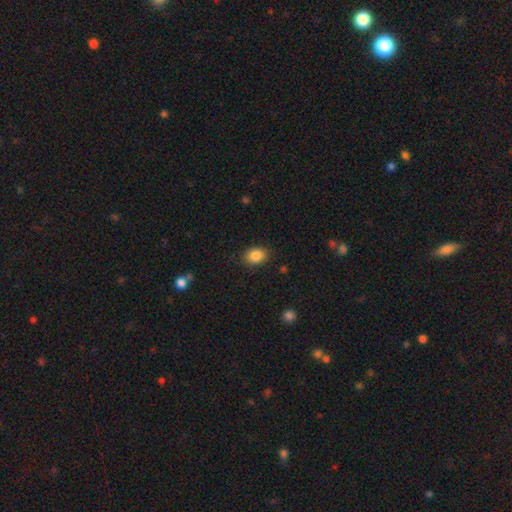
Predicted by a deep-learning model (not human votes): smooth-or-featured: smooth: 86% | star or artifact: 9% | featured or disk: 5%
  how-rounded: in between: 69% | round: 30% | cigar-shaped: 1%
  merging: none: 87% | minor disturbance: 10% | major disturbance: 3% | merger: 1%